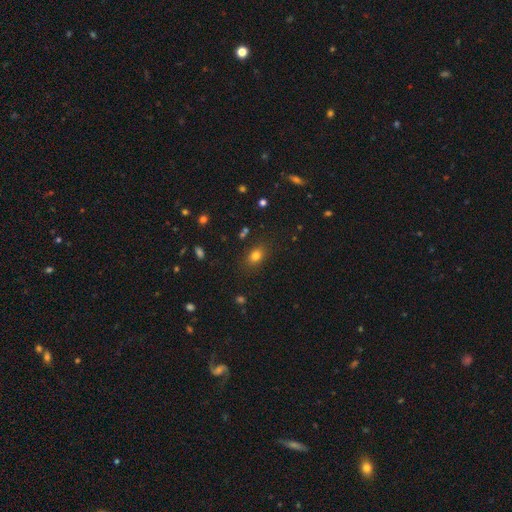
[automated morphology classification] smooth_or_featured: smooth (p=0.78) [alt: star or artifact p=0.14]
how_rounded: in between (p=0.66) [alt: round p=0.32]
merging: none (p=0.83) [alt: minor disturbance p=0.11]